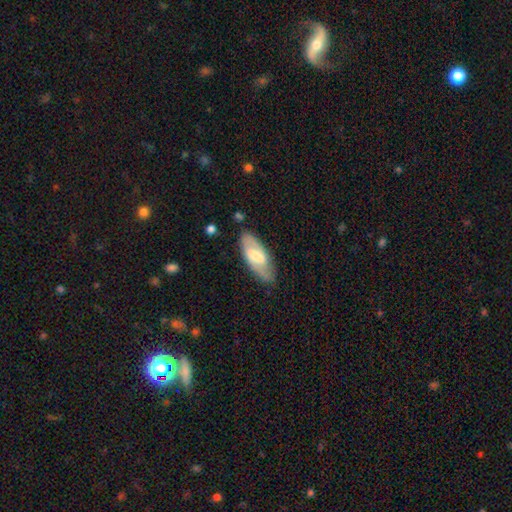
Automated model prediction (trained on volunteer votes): Morphology: type=featured or disk (64%); edge-on=no (90%); bar=weak (47%); spiral arms=yes (75%); bulge=moderate (50%); merging=none (81%).